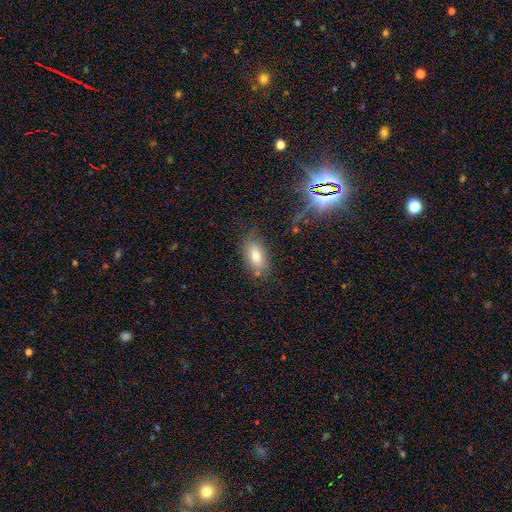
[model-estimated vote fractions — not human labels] A smooth galaxy with no disk features (75%) that is in between round and cigar-shaped (88%). Merging: none (73%).